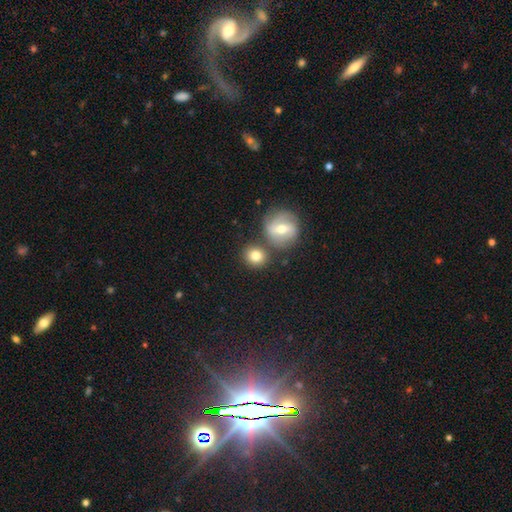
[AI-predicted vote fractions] Smooth or featured? smooth (80%)
How rounded? round (85%)
Merging? none (69%)